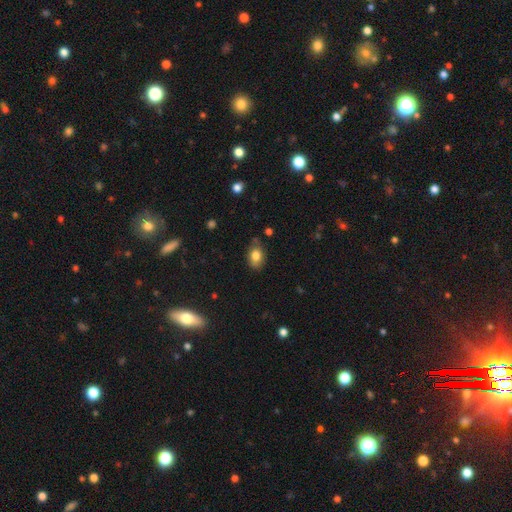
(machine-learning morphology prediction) smooth 80%, featured or disk 11%, star or artifact 9%. Down the decision tree: how rounded — in between (80%); merging — none (72%).